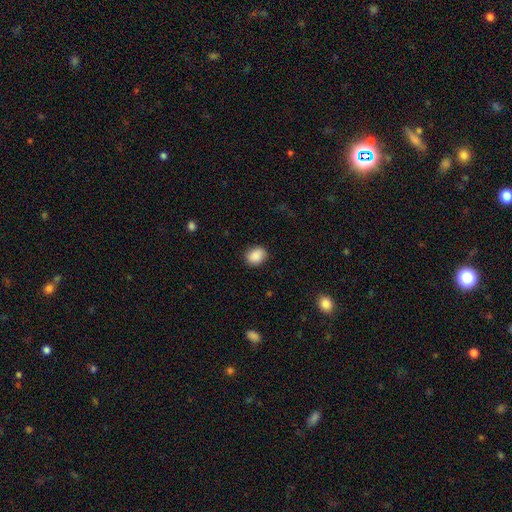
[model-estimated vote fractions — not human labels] A smooth galaxy with no disk features (89%) that is in between round and cigar-shaped (51%).

Vote fractions:
- Smooth or featured? smooth: 89% / star or artifact: 8% / featured or disk: 4%
- How rounded? in between: 51% / round: 48% / cigar-shaped: 1%
- Merging? none: 85% / minor disturbance: 11% / major disturbance: 3% / merger: 1%